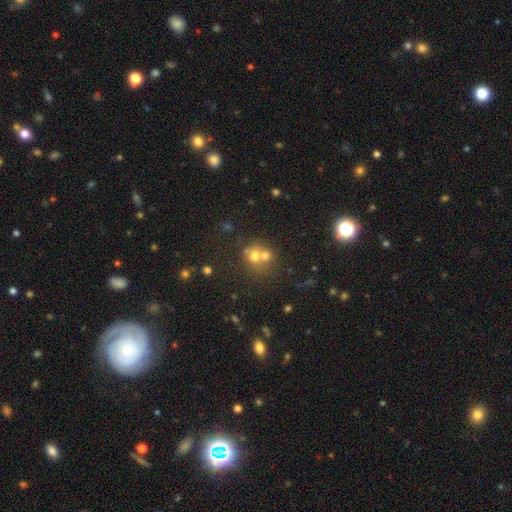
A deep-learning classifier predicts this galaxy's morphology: smooth-or-featured: smooth: 58% | star or artifact: 21% | featured or disk: 20%
  how-rounded: round: 79% | in between: 20% | cigar-shaped: 1%
  merging: merger: 52% | none: 38% | minor disturbance: 7% | major disturbance: 4%